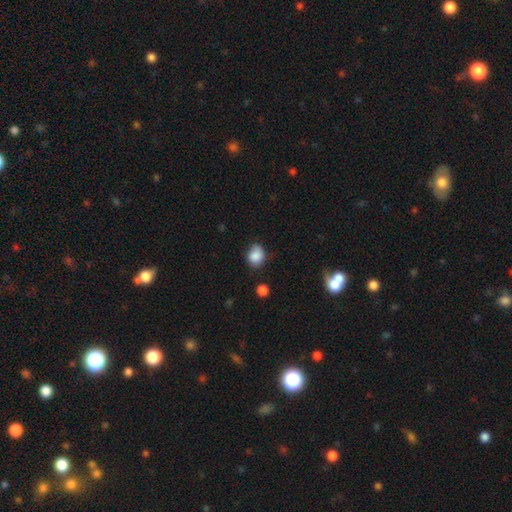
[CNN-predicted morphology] A smooth galaxy with no disk features (85%) that is round (58%).

Vote fractions:
- Smooth or featured? smooth: 85% / star or artifact: 9% / featured or disk: 5%
- How rounded? round: 58% / in between: 41% / cigar-shaped: 1%
- Merging? none: 57% / minor disturbance: 33% / major disturbance: 7% / merger: 3%